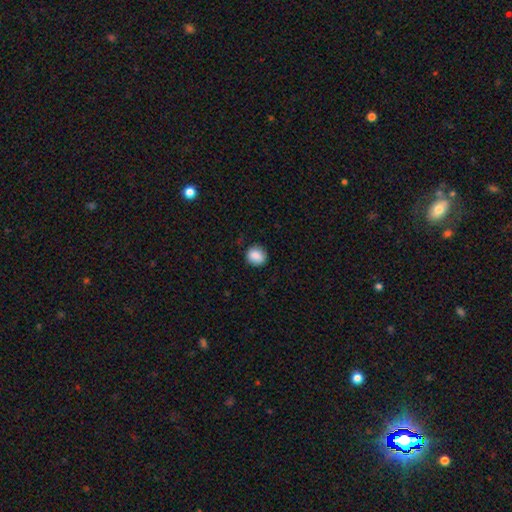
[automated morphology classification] Smooth or featured? Predicted: smooth (p=0.87). How rounded? Predicted: round (p=0.79). Merging? Predicted: none (p=0.83).